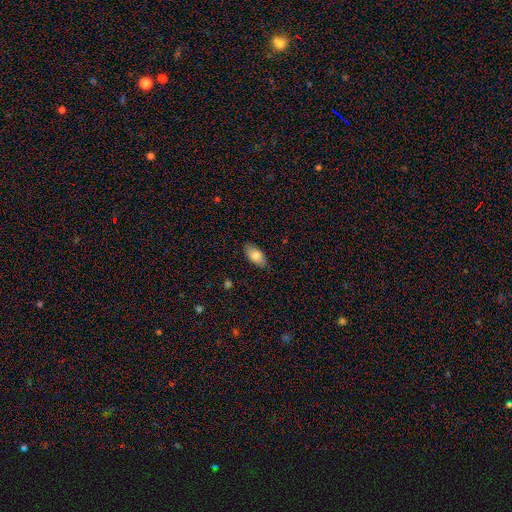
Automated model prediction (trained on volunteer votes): A smooth galaxy with no disk features (81%) that is in between round and cigar-shaped (91%).

Vote fractions:
- Smooth or featured? smooth: 81% / featured or disk: 13% / star or artifact: 7%
- How rounded? in between: 91% / cigar-shaped: 6% / round: 3%
- Merging? none: 83% / minor disturbance: 14% / major disturbance: 2% / merger: 1%